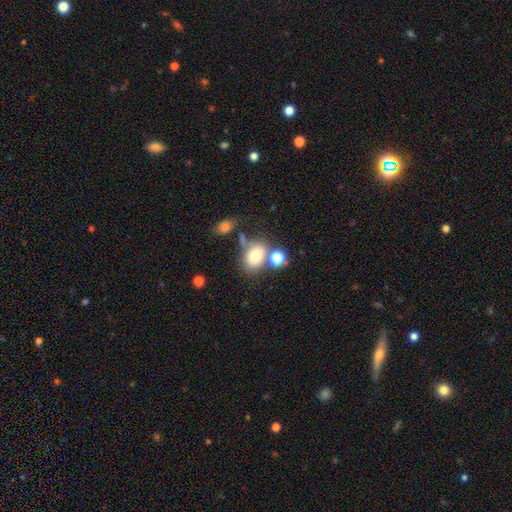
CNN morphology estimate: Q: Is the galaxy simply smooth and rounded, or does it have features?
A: smooth — 73%.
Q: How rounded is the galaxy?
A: in between — 70%.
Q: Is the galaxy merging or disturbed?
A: none — 51%.